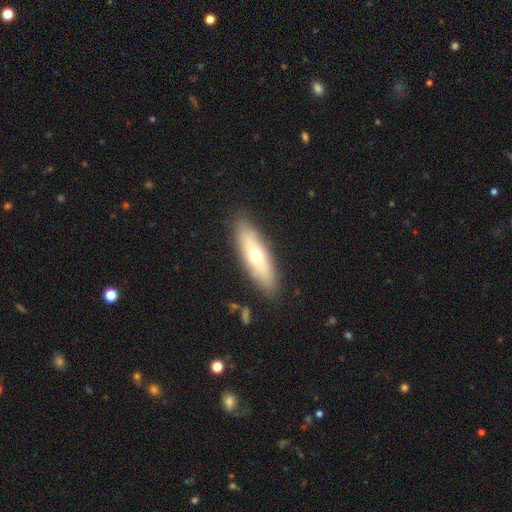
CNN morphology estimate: smooth-or-featured: smooth: 57% | featured or disk: 37% | star or artifact: 6%
  how-rounded: cigar-shaped: 52% | in between: 46% | round: 2%
  merging: none: 87% | minor disturbance: 9% | major disturbance: 2% | merger: 1%